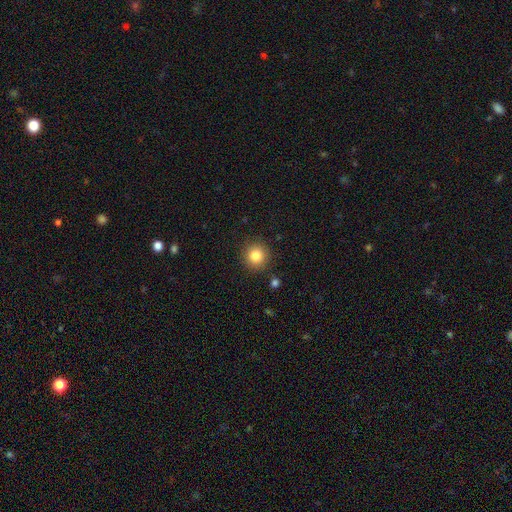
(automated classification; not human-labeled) This appears to be a smooth galaxy with no disk features (84%) that is round (93%). Merging: none (89%).